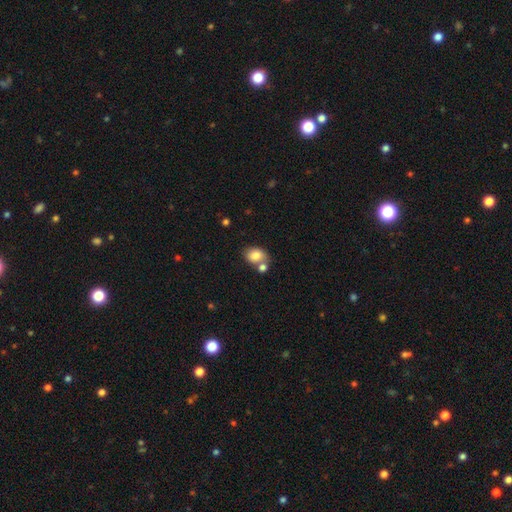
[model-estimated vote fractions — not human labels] smooth-or-featured: smooth: 82% | featured or disk: 9% | star or artifact: 8%
  how-rounded: in between: 65% | round: 34% | cigar-shaped: 1%
  merging: none: 48% | merger: 34% | minor disturbance: 14% | major disturbance: 5%